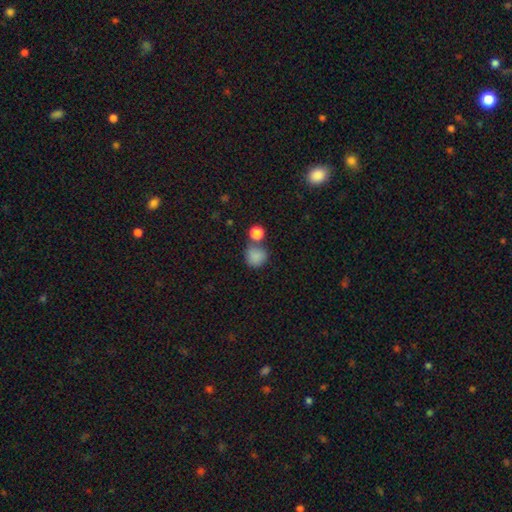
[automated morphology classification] smooth-or-featured: smooth: 85% | star or artifact: 10% | featured or disk: 5%
  how-rounded: round: 88% | in between: 11% | cigar-shaped: 1%
  merging: none: 60% | merger: 23% | minor disturbance: 12% | major disturbance: 5%